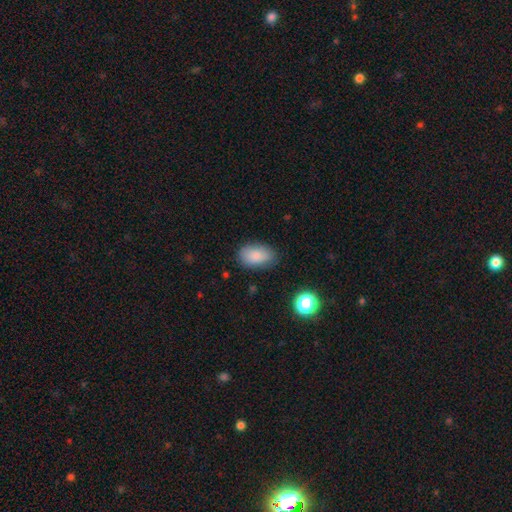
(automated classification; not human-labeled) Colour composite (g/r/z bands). It shows a smooth galaxy with no disk features (85%) that is in between round and cigar-shaped (90%). Merging: none (78%).